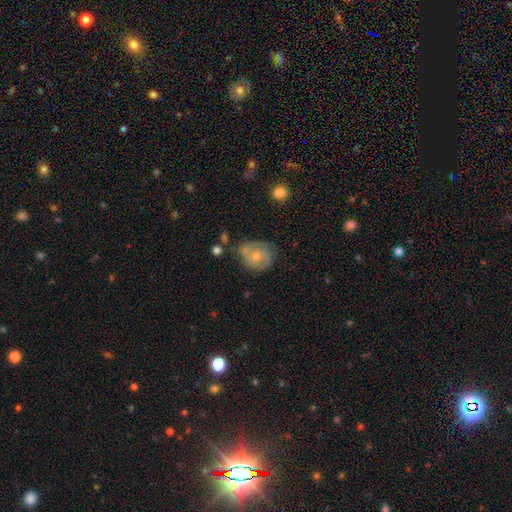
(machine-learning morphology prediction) A featured or disk galaxy (62%) with no bar (72%), 2 (56%) tight (47%) spiral arms (85%) and a moderate central bulge (49%). Merging: none (61%).